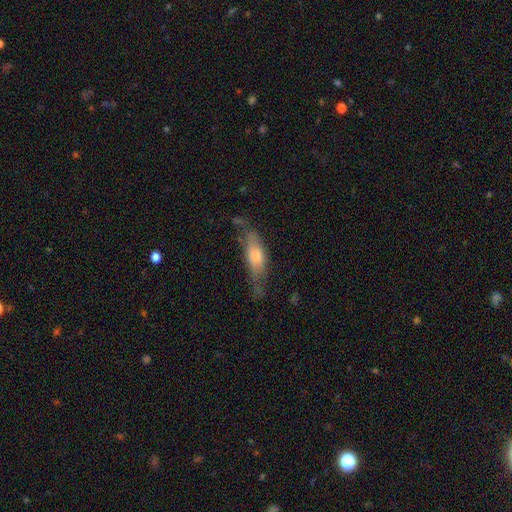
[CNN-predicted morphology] Q: Smooth or featured?
A: smooth (58%); runner-up: featured or disk (35%)
Q: How rounded?
A: cigar-shaped (49%); tied with: in between (49%)
Q: Merging?
A: none (43%); runner-up: minor disturbance (33%)